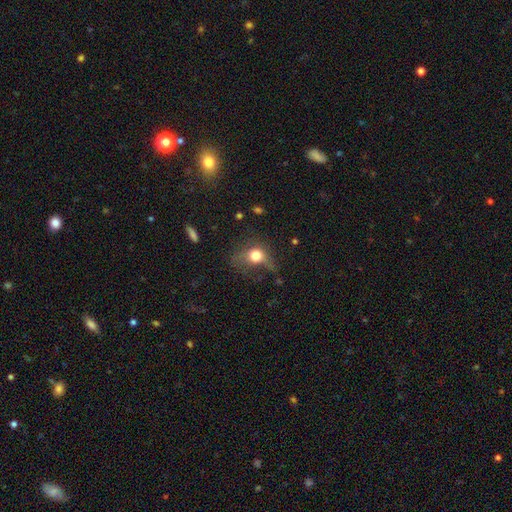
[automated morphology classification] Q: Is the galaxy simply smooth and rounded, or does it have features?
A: smooth — 69%.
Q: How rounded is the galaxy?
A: round — 60%.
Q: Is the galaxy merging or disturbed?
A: none — 36%.